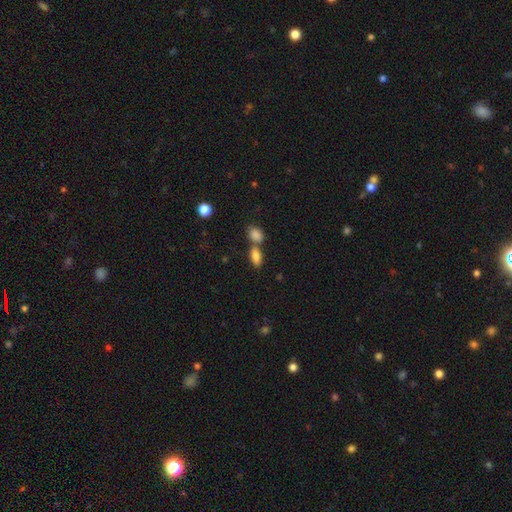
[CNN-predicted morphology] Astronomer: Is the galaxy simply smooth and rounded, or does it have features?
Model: smooth — 85%.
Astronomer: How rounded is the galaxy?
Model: in between — 87%.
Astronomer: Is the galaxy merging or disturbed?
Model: none — 46% (runner-up: merger, 42%).